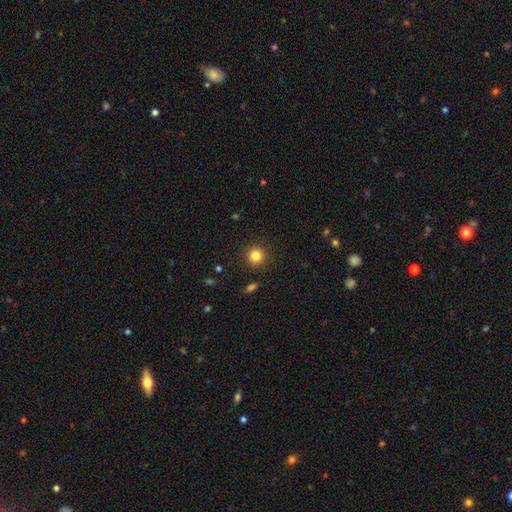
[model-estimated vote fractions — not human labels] Smooth or featured?
  - smooth: 83% *
  - star or artifact: 12%
  - featured or disk: 5%
How rounded?
  - round: 93% *
  - in between: 6%
  - cigar-shaped: 1%
Merging?
  - none: 91% *
  - minor disturbance: 6%
  - major disturbance: 2%
  - merger: 1%